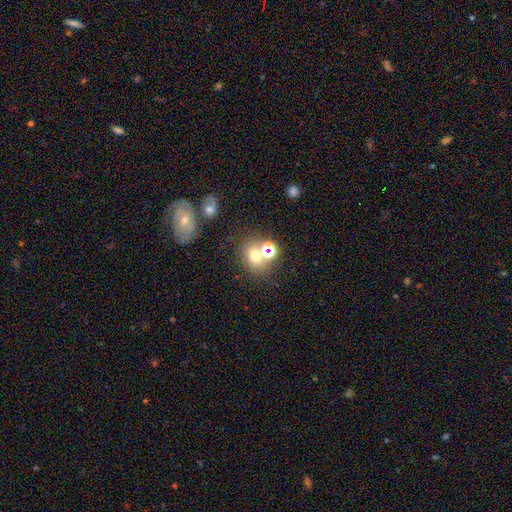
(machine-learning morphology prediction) Smooth or featured? smooth (64%)
How rounded? round (63%)
Merging? none (59%)